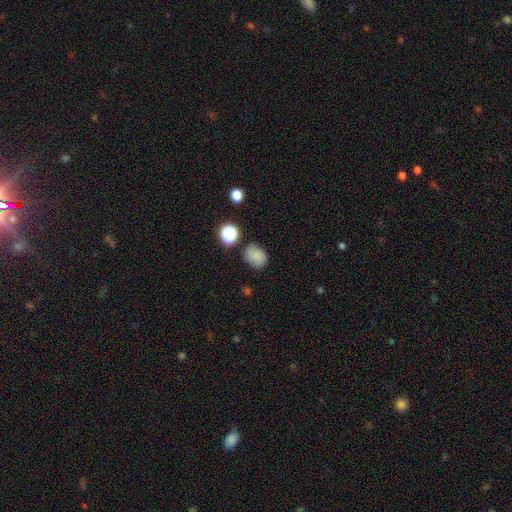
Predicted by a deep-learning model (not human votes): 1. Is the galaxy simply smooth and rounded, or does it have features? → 74% smooth, 14% star or artifact, 12% featured or disk.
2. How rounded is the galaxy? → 55% round, 43% in between, 1% cigar-shaped.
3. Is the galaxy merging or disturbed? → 71% none, 20% minor disturbance, 5% major disturbance, 4% merger.